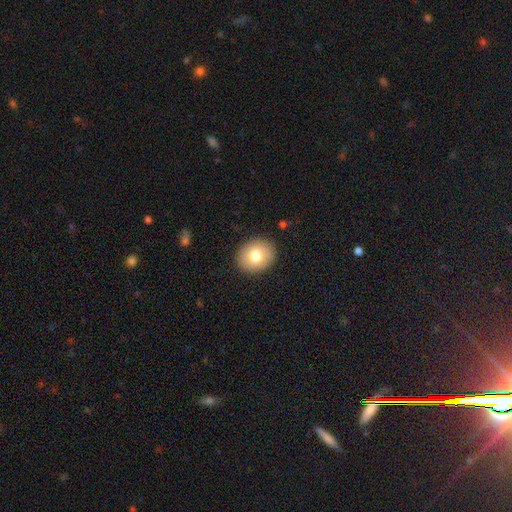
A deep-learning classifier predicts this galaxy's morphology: A smooth galaxy with no disk features (77%) that is round (63%). Merging: none (90%).